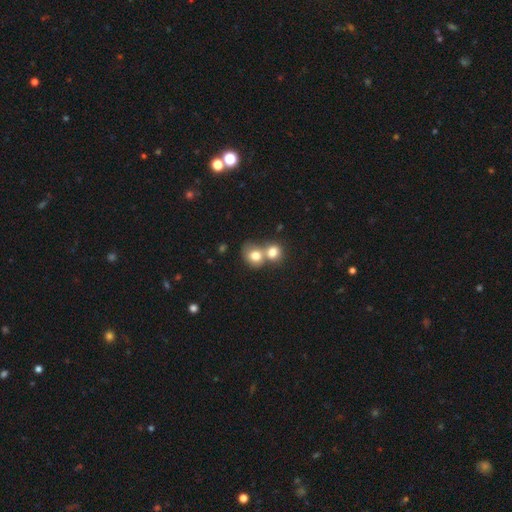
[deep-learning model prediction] Morphology: type=smooth (77%); roundness=round (65%); merging=merger (65%).